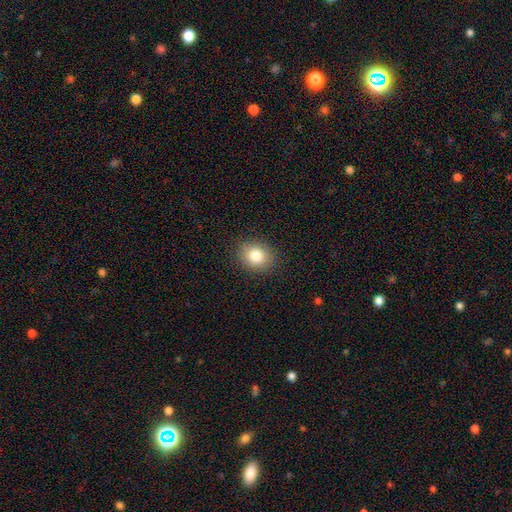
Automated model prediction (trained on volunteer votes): Smooth or featured: smooth — 83% (star or artifact — 10%)
How rounded: round — 59% (in between — 40%)
Merging: none — 88% (minor disturbance — 8%)